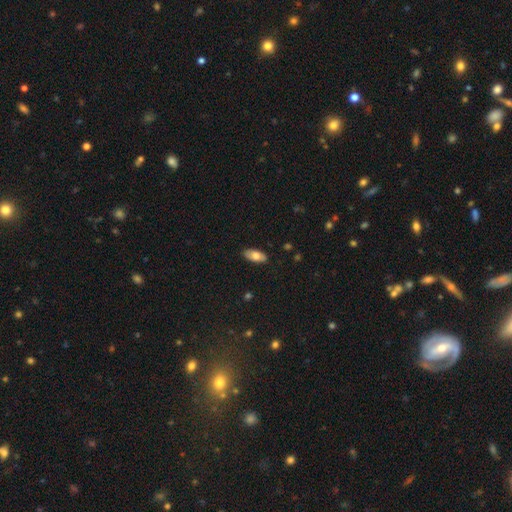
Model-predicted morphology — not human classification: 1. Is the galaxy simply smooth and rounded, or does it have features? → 74% smooth, 20% featured or disk, 6% star or artifact.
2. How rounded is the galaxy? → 88% in between, 10% cigar-shaped, 2% round.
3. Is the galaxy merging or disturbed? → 86% none, 11% minor disturbance, 2% major disturbance, 1% merger.